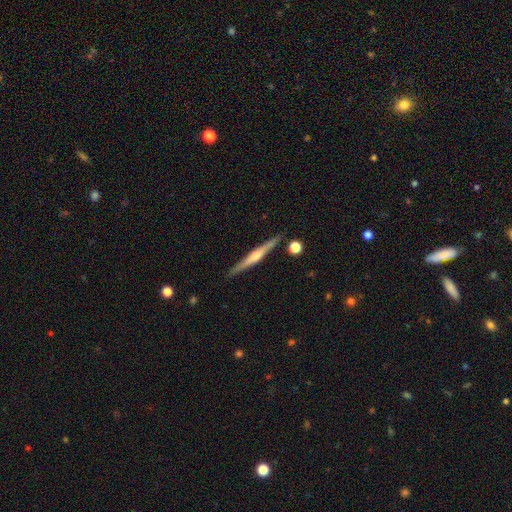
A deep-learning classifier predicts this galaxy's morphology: Smooth or featured: featured or disk — 77% (smooth — 18%)
Edge-on disk: yes — 98% (no — 2%)
Edge-on bulge: rounded — 75% (none — 13%)
Merging: none — 91% (minor disturbance — 6%)